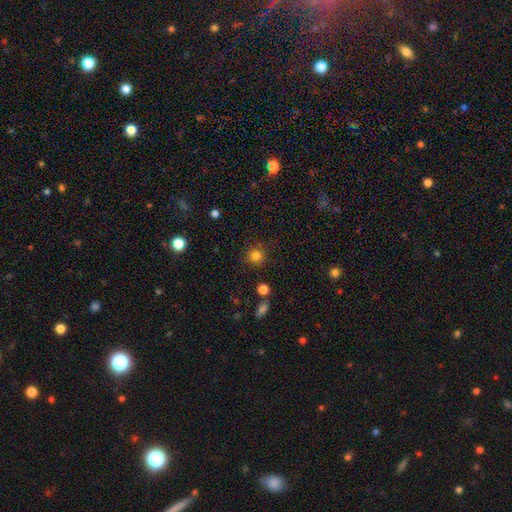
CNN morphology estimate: This is clearly a smooth galaxy (82%). How rounded: clearly round (90%). Merging: clearly none (85%).